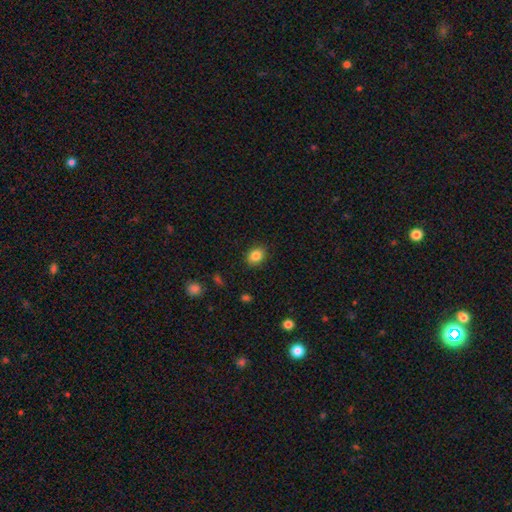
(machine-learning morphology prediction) A smooth galaxy with no disk features (85%) that is in between round and cigar-shaped (58%). Merging: none (87%).